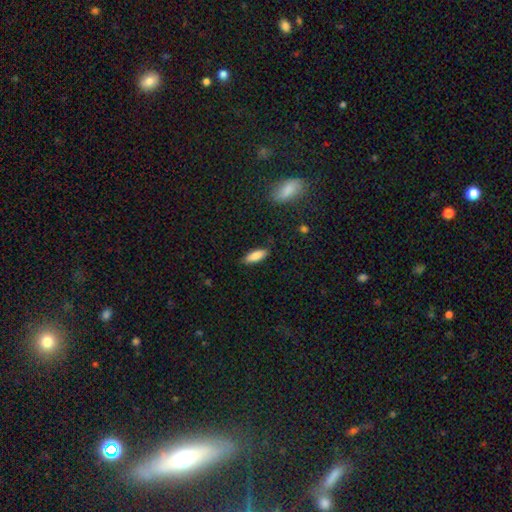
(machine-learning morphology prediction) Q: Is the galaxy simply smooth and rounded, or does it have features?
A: smooth — 85%.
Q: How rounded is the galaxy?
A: in between — 61%.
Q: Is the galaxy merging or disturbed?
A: none — 85%.